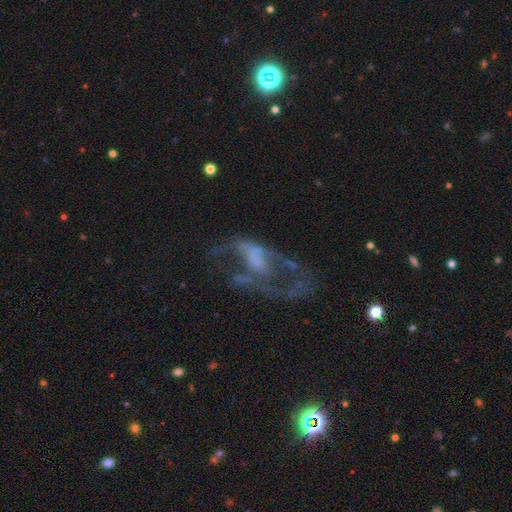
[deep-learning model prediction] Q: Smooth or featured?
A: featured or disk (67%); runner-up: smooth (18%)
Q: Edge-on disk?
A: no (94%); runner-up: yes (6%)
Q: Bar?
A: no (67%); runner-up: weak (24%)
Q: Spiral arms?
A: no (57%); runner-up: yes (43%)
Q: Bulge size?
A: none (52%); runner-up: small (20%)
Q: Merging?
A: major disturbance (49%); runner-up: none (30%)